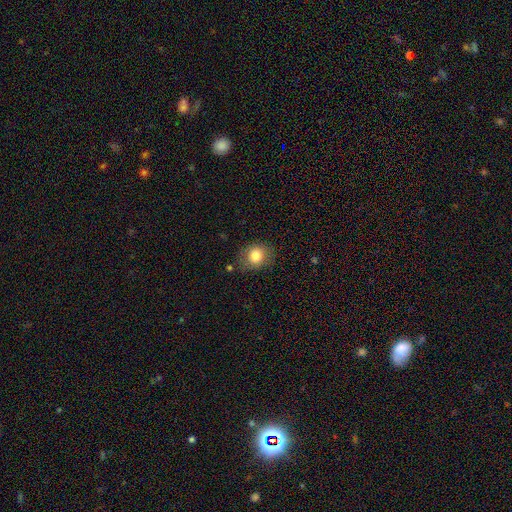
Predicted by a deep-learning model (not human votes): Smooth or featured? smooth (81%)
How rounded? round (59%)
Merging? none (78%)